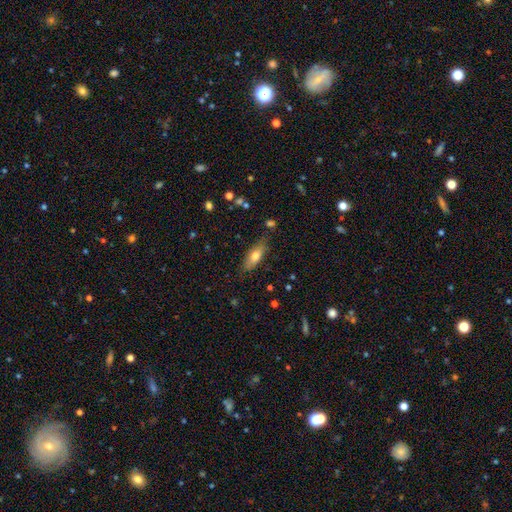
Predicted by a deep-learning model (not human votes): Smooth or featured? Predicted: smooth (p=0.71). How rounded? Predicted: in between (p=0.67). Merging? Predicted: none (p=0.77).